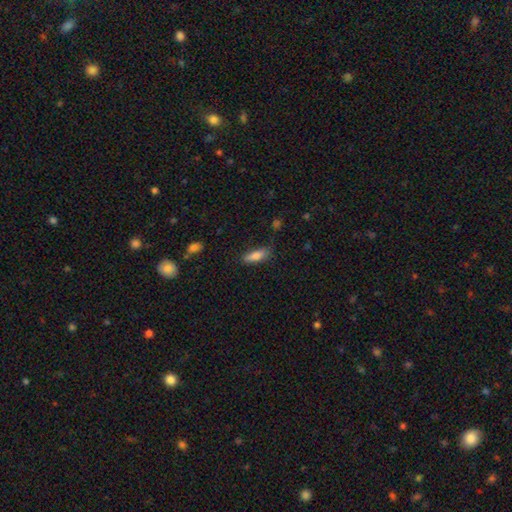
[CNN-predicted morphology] This is clearly a smooth galaxy (82%). How rounded: possibly in between (56%). Merging: likely none (72%).